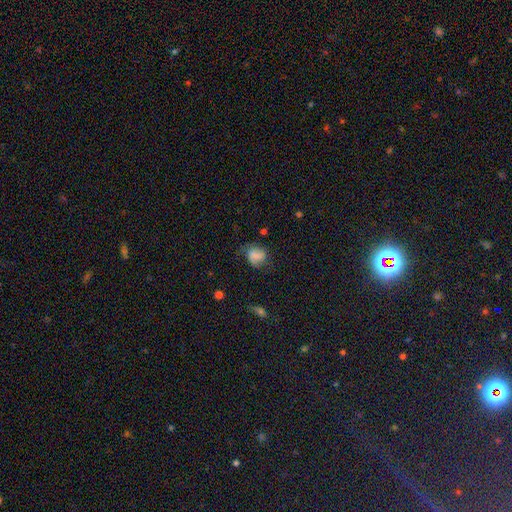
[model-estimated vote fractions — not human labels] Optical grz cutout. It shows a smooth galaxy with no disk features (61%) that is round (50%). Merging: none (53%).